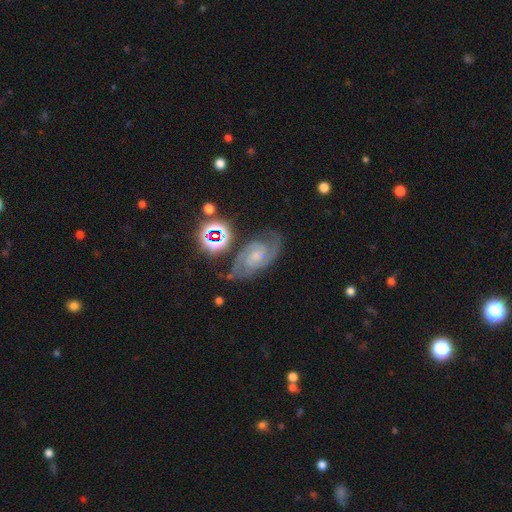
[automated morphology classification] Smooth or featured: featured or disk — 81% (star or artifact — 11%)
Edge-on disk: no — 97% (yes — 3%)
Bar: no — 52% (weak — 39%)
Spiral arms: yes — 97% (no — 3%)
Spiral winding: medium — 47% (tight — 44%)
Spiral arm count: 2 — 84% (can't tell — 6%)
Bulge size: small — 54% (moderate — 32%)
Merging: none — 71% (minor disturbance — 18%)